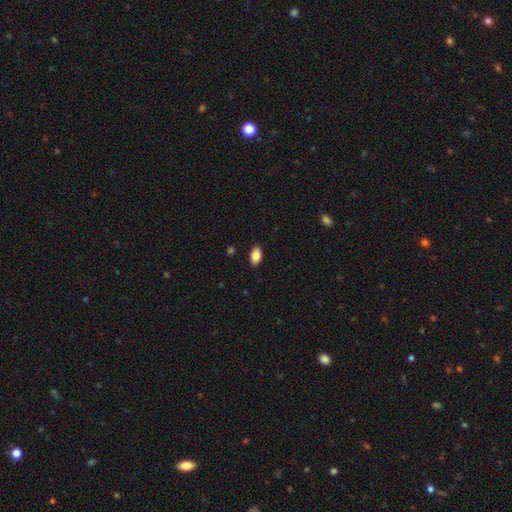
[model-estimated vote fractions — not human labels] A smooth galaxy with no disk features (84%) that is in between round and cigar-shaped (92%). Merging: none (88%).